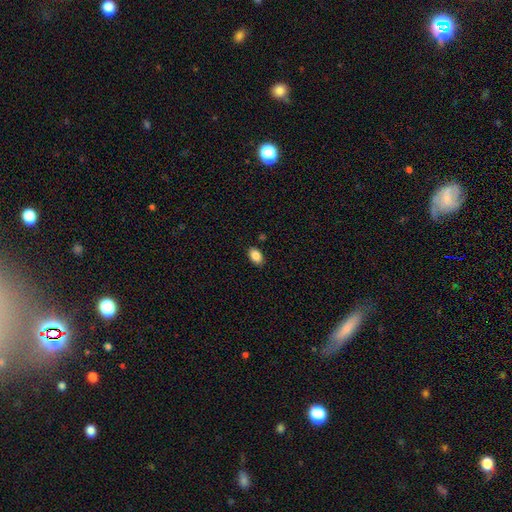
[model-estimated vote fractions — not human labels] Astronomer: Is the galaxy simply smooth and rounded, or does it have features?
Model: smooth — 87%.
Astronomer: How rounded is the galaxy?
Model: in between — 88%.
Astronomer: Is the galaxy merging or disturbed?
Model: none — 87%.